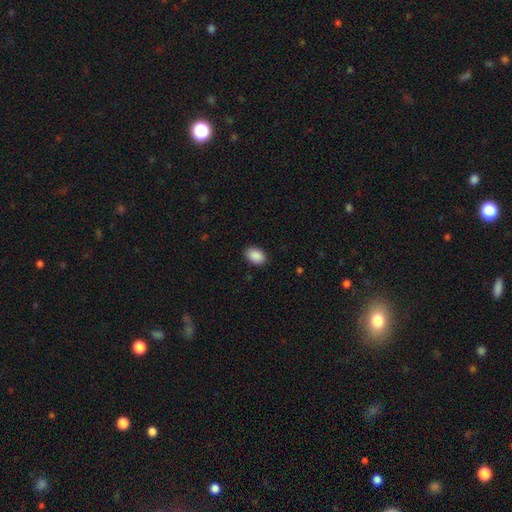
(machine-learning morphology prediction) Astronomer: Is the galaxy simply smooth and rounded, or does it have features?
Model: smooth — 90%.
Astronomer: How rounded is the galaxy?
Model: in between — 86%.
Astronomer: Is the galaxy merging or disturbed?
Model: none — 88%.